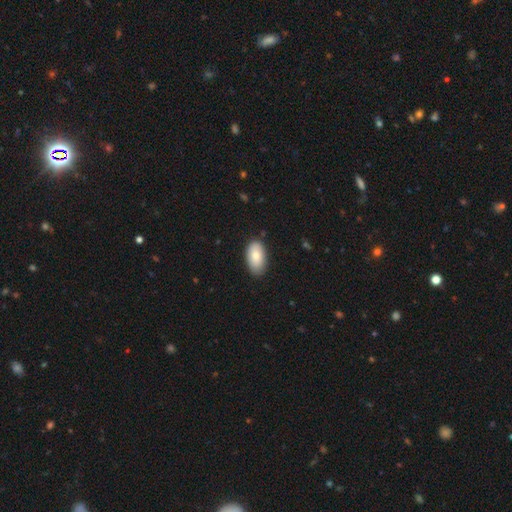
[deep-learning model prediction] smooth 82%, featured or disk 12%, star or artifact 6%. Down the decision tree: how rounded — in between (95%); merging — none (81%).